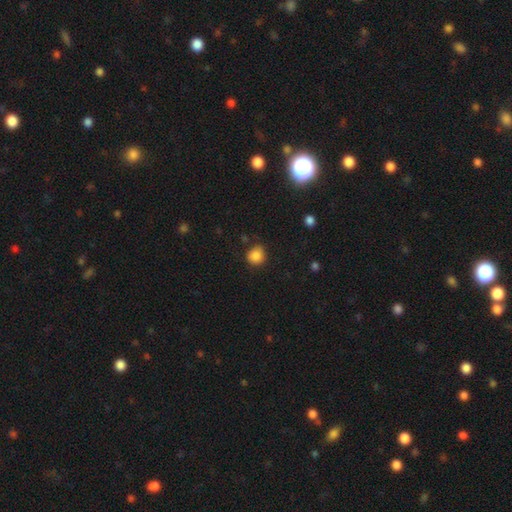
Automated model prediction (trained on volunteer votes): Smooth or featured? smooth (85%)
How rounded? round (85%)
Merging? none (79%)